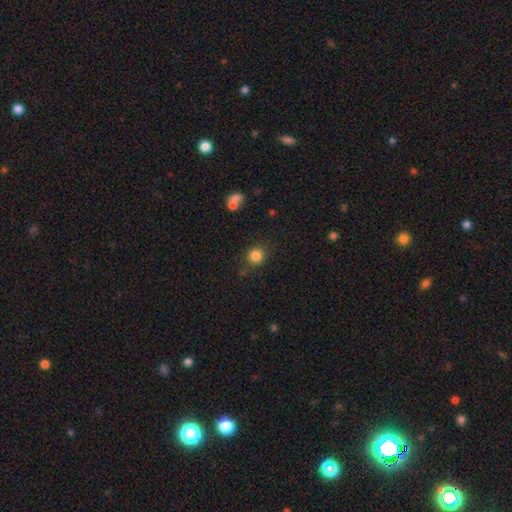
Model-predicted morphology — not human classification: The model was most divided on "merging": none: 81%, minor disturbance: 11%, merger: 4%, major disturbance: 4%. More confident: how rounded — round (88%); smooth or featured — smooth (84%).